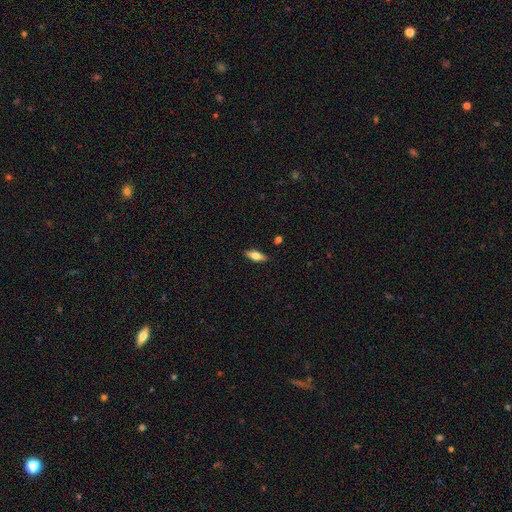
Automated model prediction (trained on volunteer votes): smooth-or-featured: smooth: 63% | featured or disk: 30% | star or artifact: 7%
  how-rounded: in between: 69% | cigar-shaped: 28% | round: 3%
  merging: none: 87% | minor disturbance: 9% | major disturbance: 2% | merger: 1%